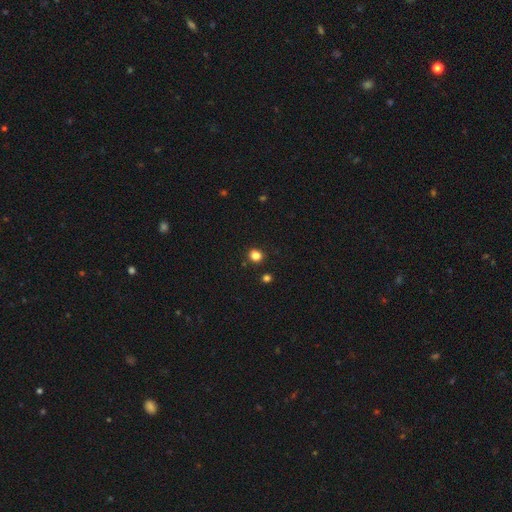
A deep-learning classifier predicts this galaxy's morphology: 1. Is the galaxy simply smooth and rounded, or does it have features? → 83% smooth, 13% star or artifact, 4% featured or disk.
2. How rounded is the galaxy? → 80% round, 19% in between, 1% cigar-shaped.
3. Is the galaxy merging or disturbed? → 89% none, 6% minor disturbance, 3% merger, 2% major disturbance.